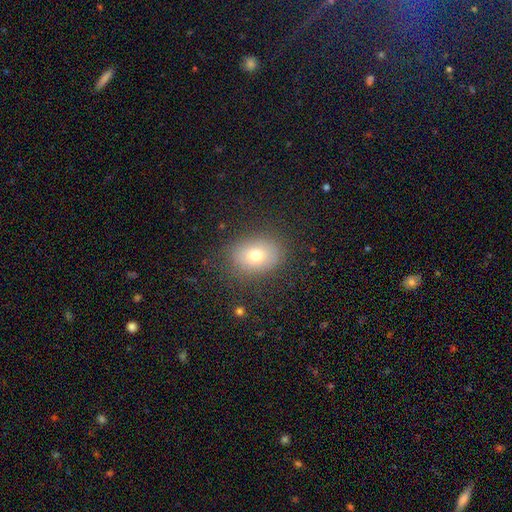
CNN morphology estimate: smooth-or-featured: smooth: 70% | featured or disk: 16% | star or artifact: 13%
  how-rounded: in between: 59% | round: 40% | cigar-shaped: 1%
  merging: none: 81% | minor disturbance: 12% | major disturbance: 5% | merger: 1%